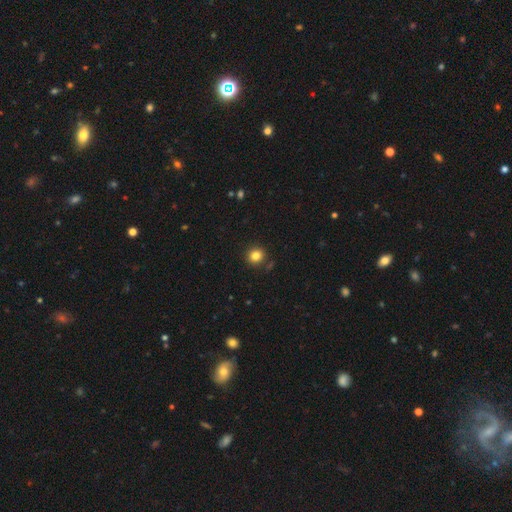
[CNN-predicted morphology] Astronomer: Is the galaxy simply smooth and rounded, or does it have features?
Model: smooth — 82%.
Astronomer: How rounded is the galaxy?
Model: round — 90%.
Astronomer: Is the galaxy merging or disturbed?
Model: none — 89%.